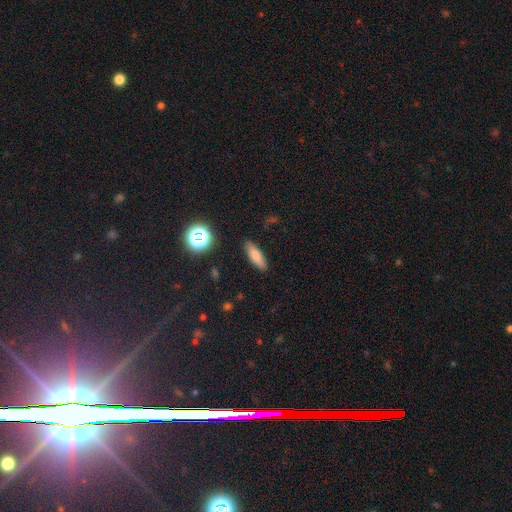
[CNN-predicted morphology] smooth 75%, featured or disk 14%, star or artifact 11%. Down the decision tree: how rounded — cigar-shaped (49%); merging — none (88%).